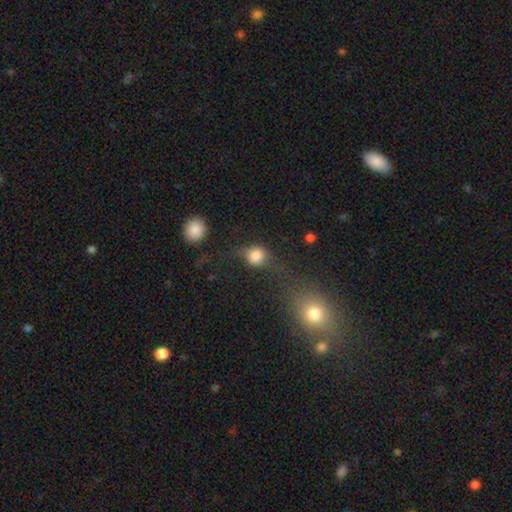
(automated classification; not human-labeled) Smooth or featured? smooth (75%)
How rounded? round (79%)
Merging? none (44%)